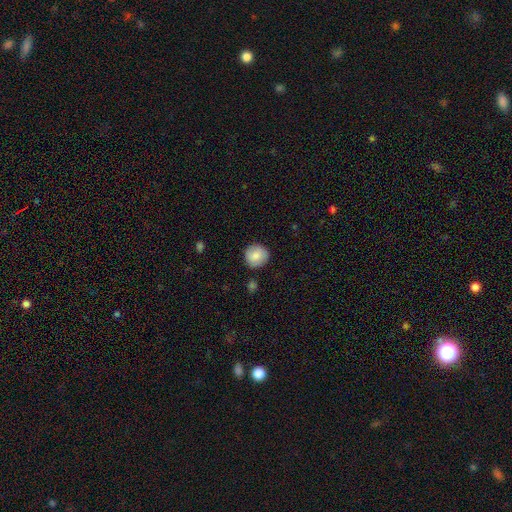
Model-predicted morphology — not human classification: This is clearly a smooth galaxy (84%). How rounded: clearly round (92%). Merging: clearly none (86%).